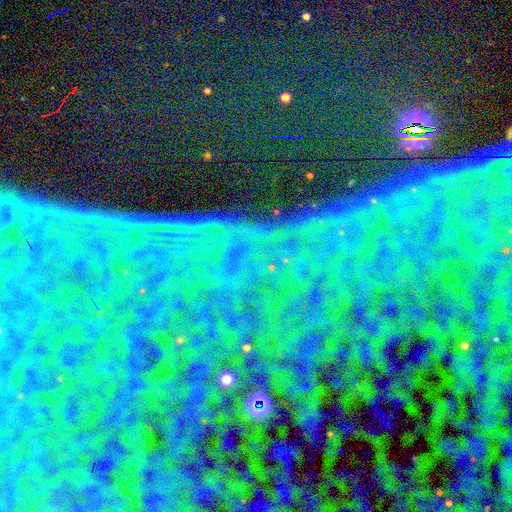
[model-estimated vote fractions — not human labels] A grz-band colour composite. It shows a star or artifact, not a galaxy (84%).